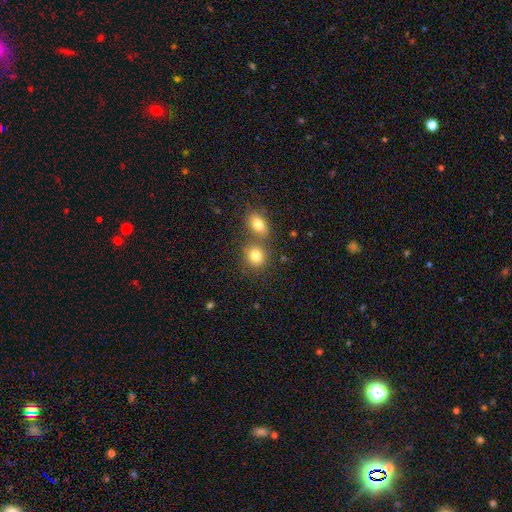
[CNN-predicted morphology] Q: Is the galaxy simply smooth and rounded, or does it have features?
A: smooth — 81%.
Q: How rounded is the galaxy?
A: round — 74%.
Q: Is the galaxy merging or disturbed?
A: none — 55%.